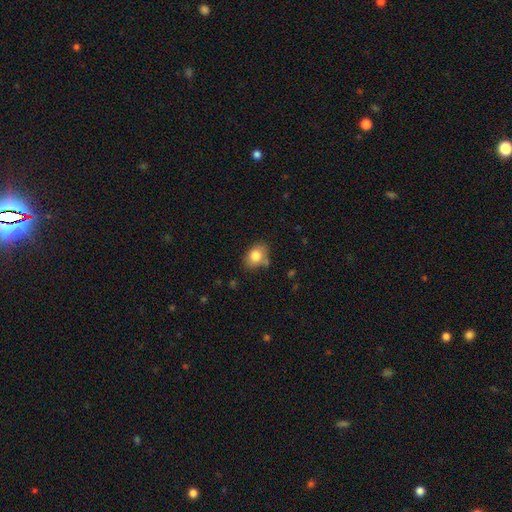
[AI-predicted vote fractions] smooth_or_featured: smooth (p=0.80) [alt: featured or disk p=0.11]
how_rounded: in between (p=0.66) [alt: round p=0.33]
merging: none (p=0.66) [alt: minor disturbance p=0.23]